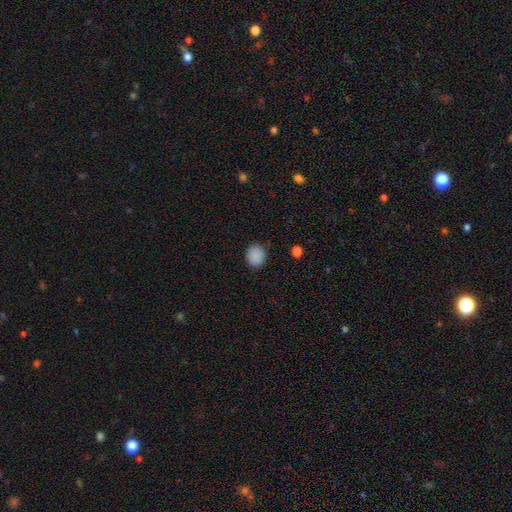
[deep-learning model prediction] The model was most divided on "how rounded": round: 70%, in between: 29%, cigar-shaped: 1%. More confident: smooth or featured — smooth (88%); merging — none (84%).